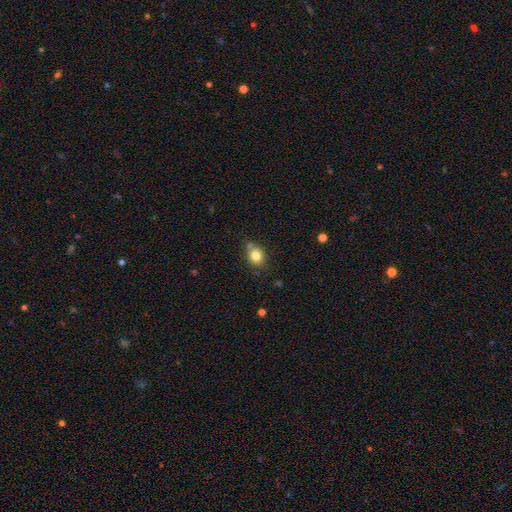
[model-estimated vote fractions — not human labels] This is clearly a smooth galaxy (81%). How rounded: likely round (61%). Merging: likely none (69%).